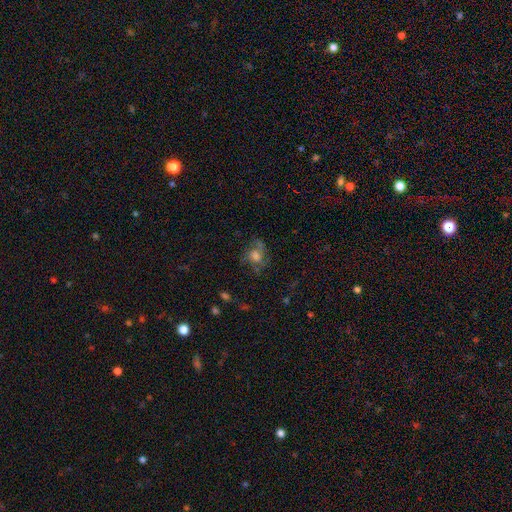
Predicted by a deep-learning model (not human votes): A featured or disk galaxy (58%) with no bar (69%), spiral arms (83%) and a moderate central bulge (44%). Merging: none (55%).